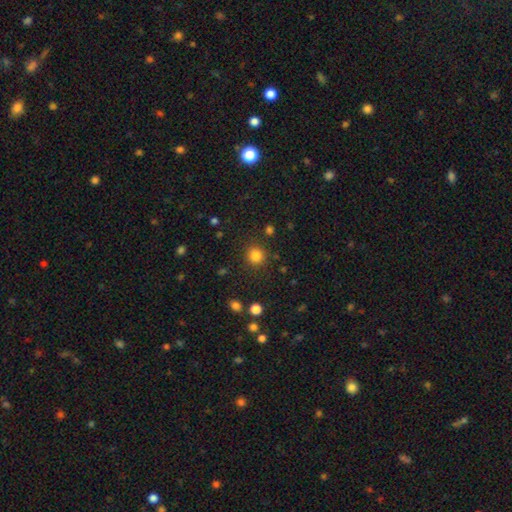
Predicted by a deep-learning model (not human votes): The model was most divided on "smooth or featured": smooth: 82%, star or artifact: 13%, featured or disk: 4%. More confident: how rounded — round (90%); merging — none (87%).